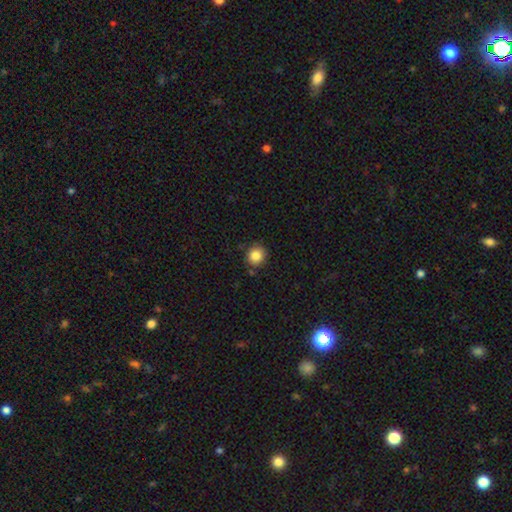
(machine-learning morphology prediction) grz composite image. It shows a smooth galaxy with no disk features (85%) that is round (87%). Merging: none (85%).